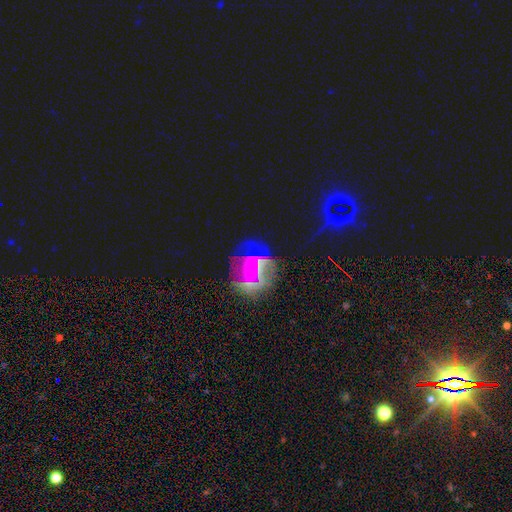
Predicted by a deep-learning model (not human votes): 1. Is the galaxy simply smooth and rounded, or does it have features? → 53% featured or disk, 28% star or artifact, 20% smooth.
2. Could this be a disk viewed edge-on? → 95% no, 5% yes.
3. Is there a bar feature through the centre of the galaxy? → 63% no, 24% weak, 13% strong.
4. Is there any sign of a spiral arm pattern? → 62% yes, 38% no.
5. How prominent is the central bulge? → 46% small, 43% moderate, 5% none, 4% large, 2% dominant.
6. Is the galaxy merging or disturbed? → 60% none, 17% major disturbance, 16% minor disturbance, 7% merger.